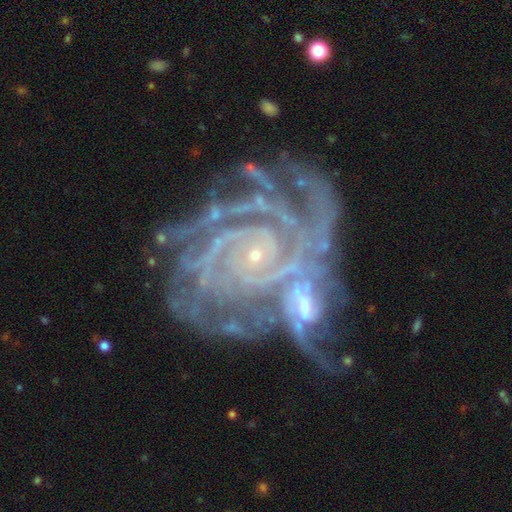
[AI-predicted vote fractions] A featured or disk galaxy (91%) with no bar (67%), more than 4 (20%, tied with 4 and can't tell) tight (81%) spiral arms (98%) and a small central bulge (88%). Merging: merger (51%).